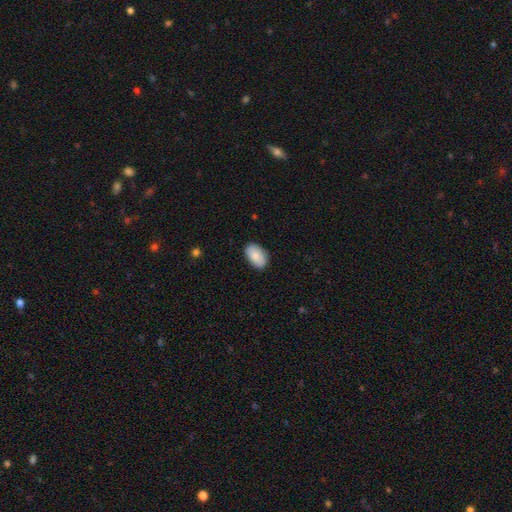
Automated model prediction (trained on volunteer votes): Smooth or featured? Predicted: smooth (p=0.86). How rounded? Predicted: in between (p=0.94). Merging? Predicted: none (p=0.86).